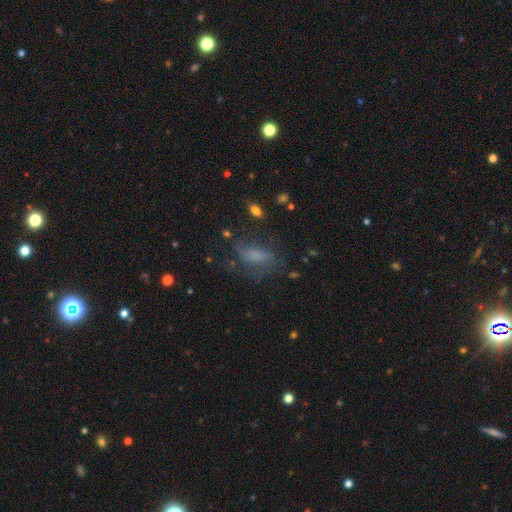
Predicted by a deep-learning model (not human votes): Smooth or featured? Predicted: smooth (p=0.51). How rounded? Predicted: in between (p=0.75). Merging? Predicted: none (p=0.55).